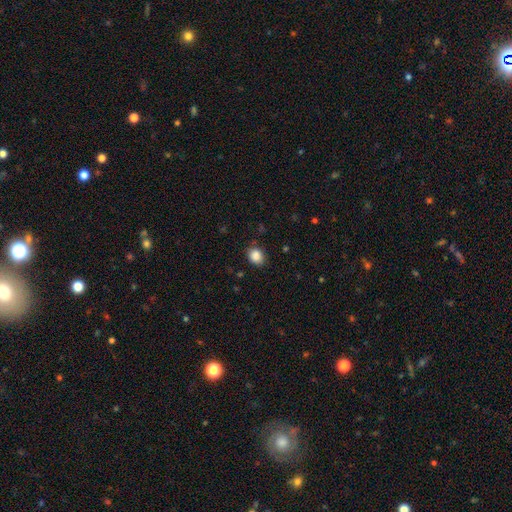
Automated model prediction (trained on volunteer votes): Smooth or featured? Predicted: smooth (p=0.87). How rounded? Predicted: round (p=0.55). Merging? Predicted: none (p=0.83).